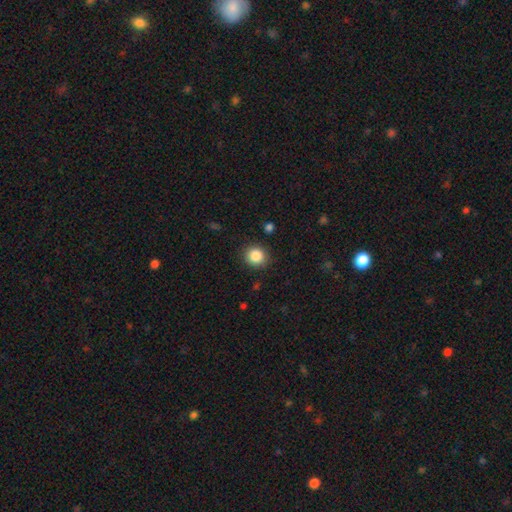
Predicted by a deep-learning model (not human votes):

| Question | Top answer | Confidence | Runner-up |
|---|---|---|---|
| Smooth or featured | smooth | 86% | star or artifact (10%) |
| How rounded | round | 89% | in between (11%) |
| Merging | none | 88% | minor disturbance (8%) |